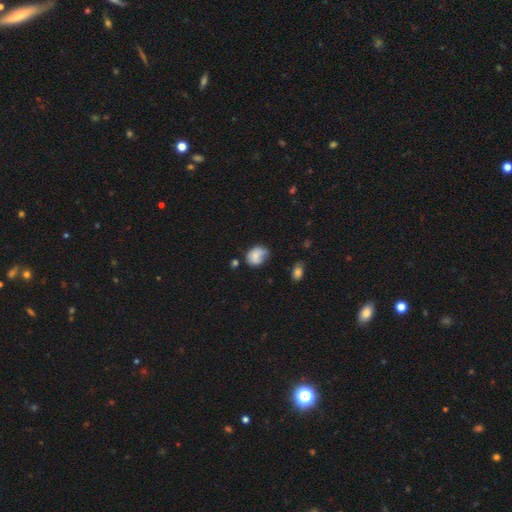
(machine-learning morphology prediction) This appears to be a smooth galaxy with no disk features (72%) that is in between round and cigar-shaped (57%). Merging: none (42%).